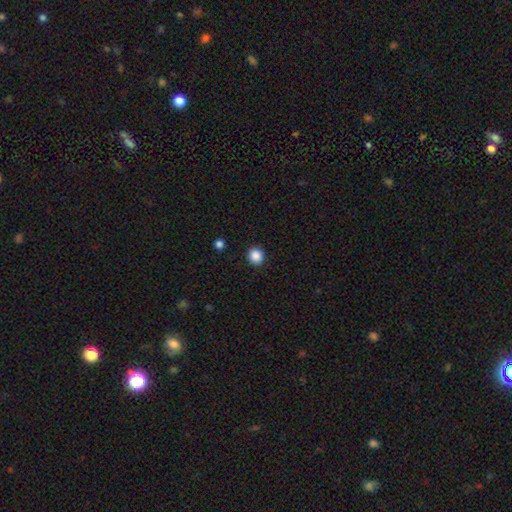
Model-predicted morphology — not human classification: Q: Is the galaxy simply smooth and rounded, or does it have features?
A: smooth — 87%.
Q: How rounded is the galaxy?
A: round — 88%.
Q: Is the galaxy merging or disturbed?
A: none — 91%.